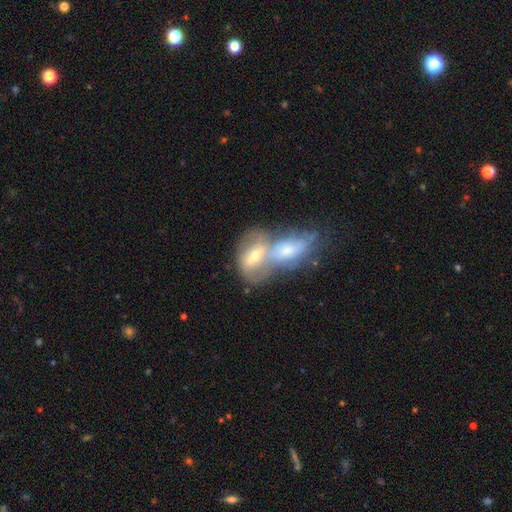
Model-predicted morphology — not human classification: A featured or disk galaxy (49%). Merging: merger (75%).